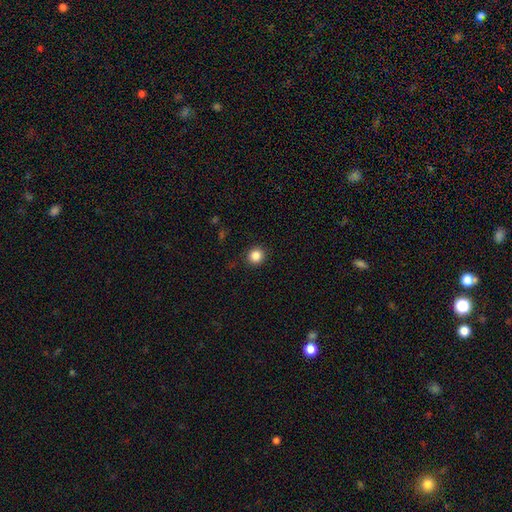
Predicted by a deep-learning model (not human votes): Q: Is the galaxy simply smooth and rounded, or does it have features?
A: smooth — 85%.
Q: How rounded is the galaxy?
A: round — 92%.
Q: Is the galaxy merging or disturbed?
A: none — 91%.